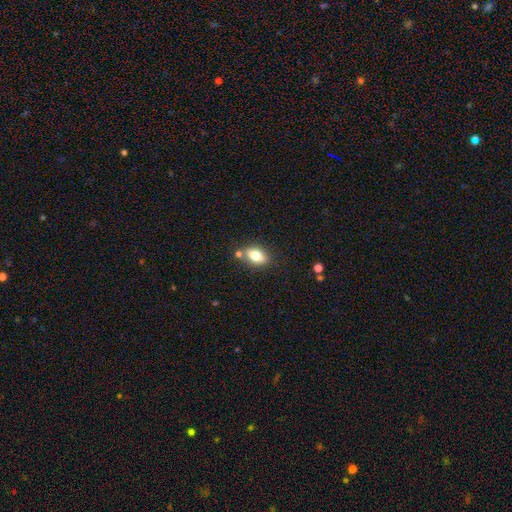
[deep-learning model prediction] This is likely a smooth galaxy (74%). How rounded: clearly in between (82%). Merging: likely none (70%).